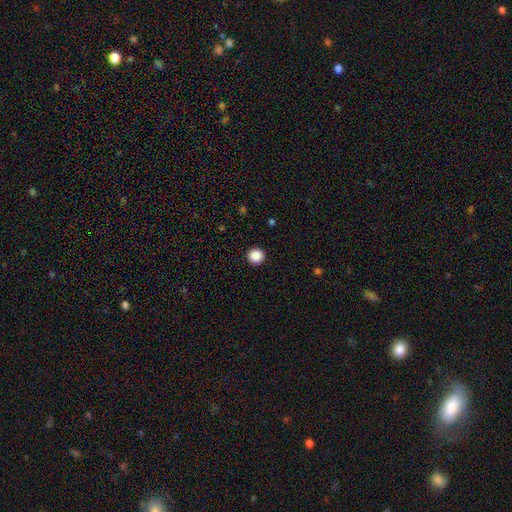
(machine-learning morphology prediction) Q: Smooth or featured?
A: smooth (88%); runner-up: star or artifact (10%)
Q: How rounded?
A: round (95%); runner-up: in between (4%)
Q: Merging?
A: none (93%); runner-up: minor disturbance (4%)